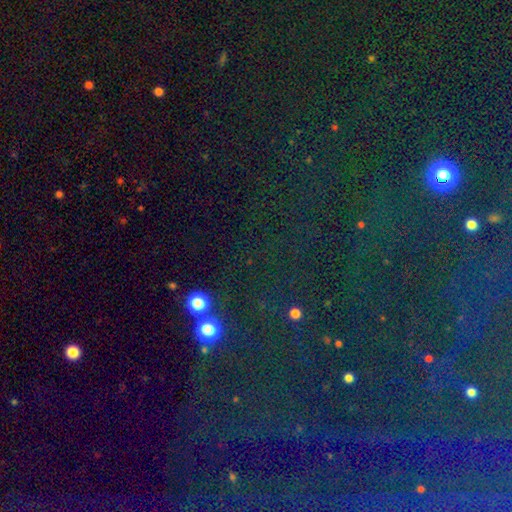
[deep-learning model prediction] Smooth or featured? star or artifact (75%)